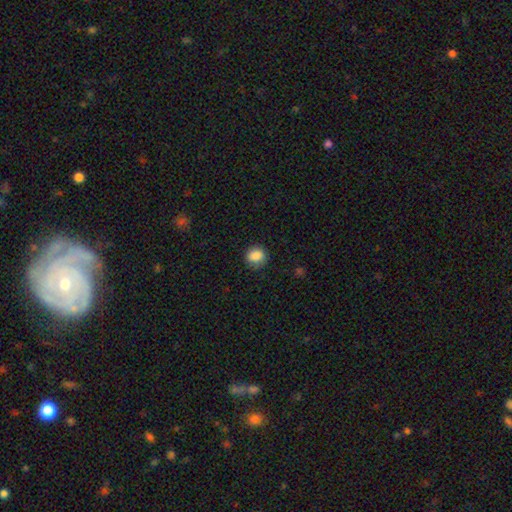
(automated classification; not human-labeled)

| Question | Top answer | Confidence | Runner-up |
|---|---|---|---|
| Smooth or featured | smooth | 87% | star or artifact (9%) |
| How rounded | round | 79% | in between (20%) |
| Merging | none | 83% | minor disturbance (13%) |